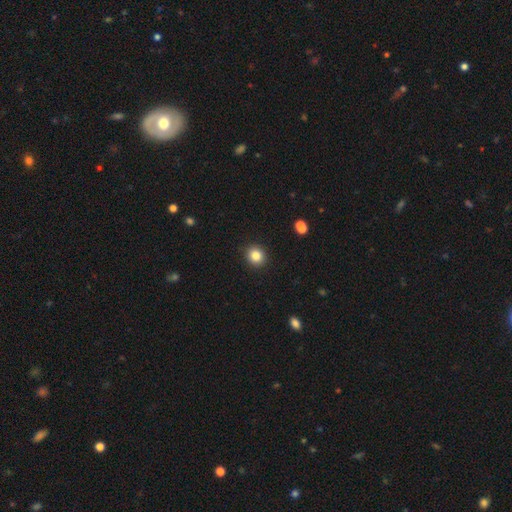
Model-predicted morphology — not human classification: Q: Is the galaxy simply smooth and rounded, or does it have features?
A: smooth — 83%.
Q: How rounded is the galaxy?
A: round — 85%.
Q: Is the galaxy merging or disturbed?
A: none — 92%.